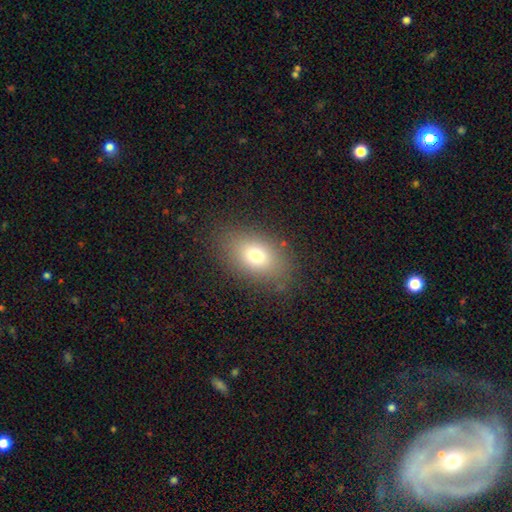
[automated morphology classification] A smooth galaxy with no disk features (73%) that is in between round and cigar-shaped (79%). Merging: none (83%).